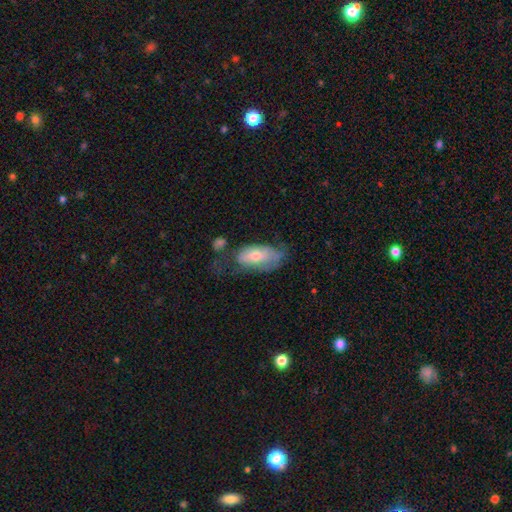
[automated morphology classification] smooth_or_featured: smooth (p=0.47) [alt: featured or disk p=0.44]
merging: none (p=0.36) [alt: minor disturbance p=0.30]